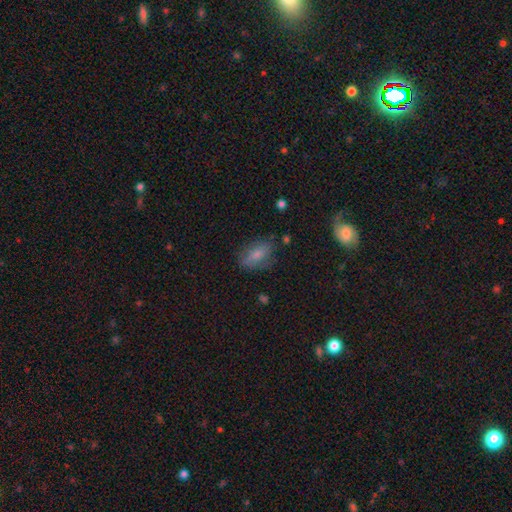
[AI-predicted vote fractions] A smooth galaxy with no disk features (58%) that is in between round and cigar-shaped (84%).

Vote fractions:
- Smooth or featured? smooth: 58% / featured or disk: 29% / star or artifact: 13%
- How rounded? in between: 84% / round: 9% / cigar-shaped: 7%
- Merging? none: 71% / minor disturbance: 20% / major disturbance: 7% / merger: 2%